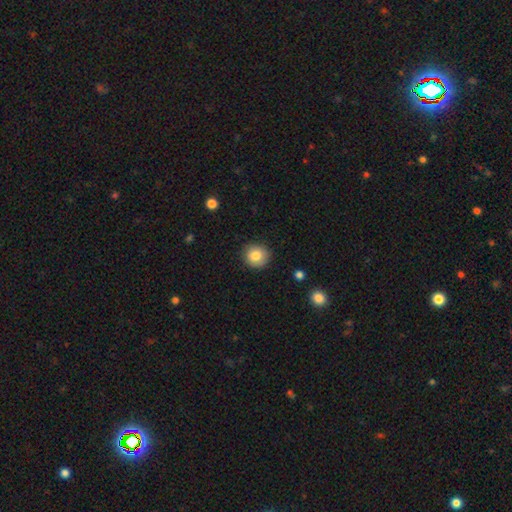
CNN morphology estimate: smooth_or_featured: smooth (p=0.83) [alt: star or artifact p=0.09]
how_rounded: round (p=0.89) [alt: in between p=0.10]
merging: none (p=0.88) [alt: minor disturbance p=0.09]